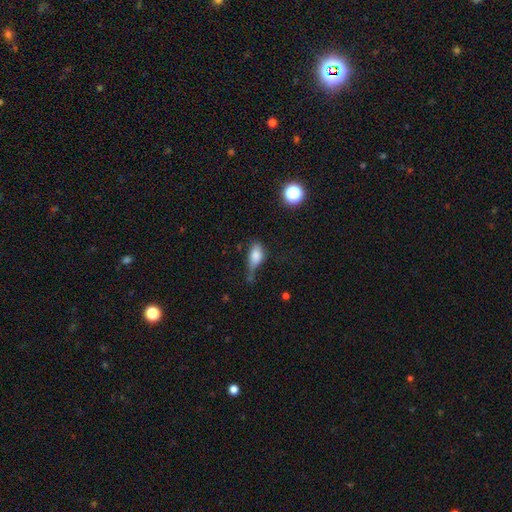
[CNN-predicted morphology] The model was most divided on "merging": minor disturbance: 34%, none: 29%, major disturbance: 27%, merger: 9%. More confident: how rounded — in between (83%); smooth or featured — smooth (75%).